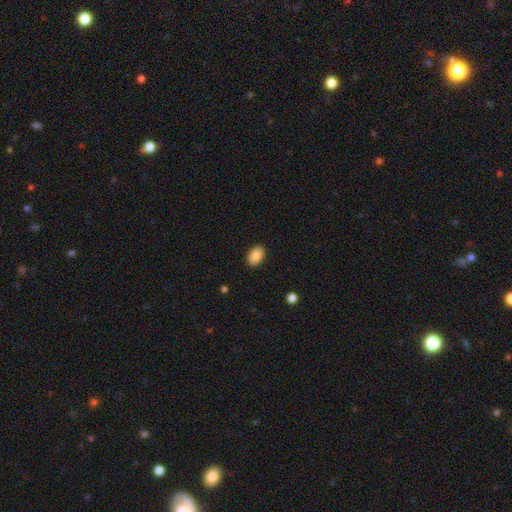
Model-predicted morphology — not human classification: A smooth galaxy with no disk features (88%) that is in between round and cigar-shaped (89%). Merging: none (89%).